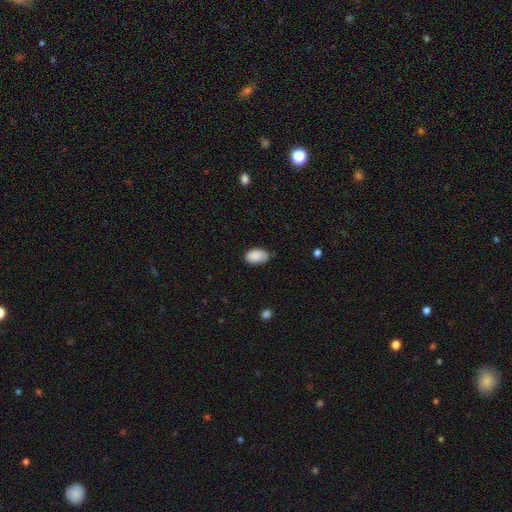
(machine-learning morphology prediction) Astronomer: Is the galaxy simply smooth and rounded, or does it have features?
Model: smooth — 88%.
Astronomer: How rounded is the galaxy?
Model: in between — 91%.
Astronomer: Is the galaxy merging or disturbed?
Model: none — 67%.